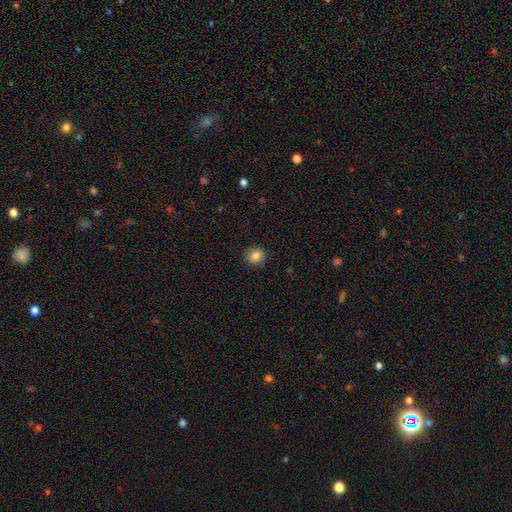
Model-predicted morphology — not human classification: Smooth or featured? Predicted: smooth (p=0.82). How rounded? Predicted: round (p=0.82). Merging? Predicted: none (p=0.88).